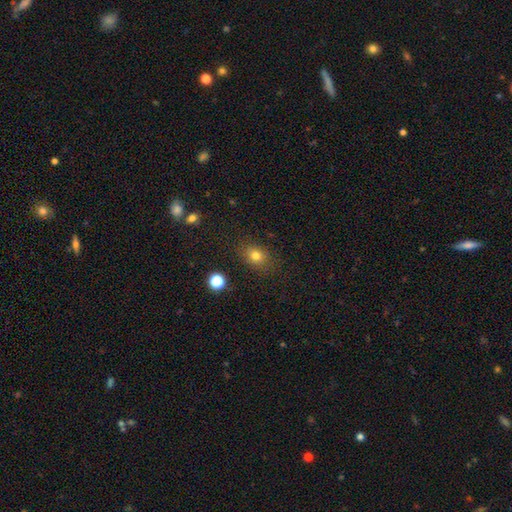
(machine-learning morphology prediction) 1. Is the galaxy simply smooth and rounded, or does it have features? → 78% smooth, 14% star or artifact, 8% featured or disk.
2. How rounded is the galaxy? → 52% in between, 47% round, 1% cigar-shaped.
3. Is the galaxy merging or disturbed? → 83% none, 12% minor disturbance, 4% major disturbance, 2% merger.